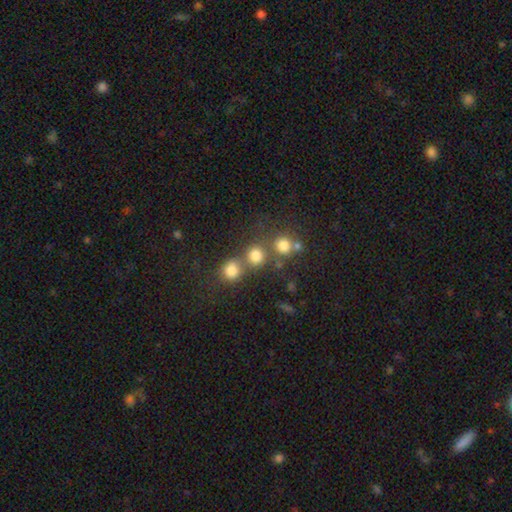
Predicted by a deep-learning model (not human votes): This is likely a smooth galaxy (75%). How rounded: clearly round (87%). Merging: possibly none (59%).